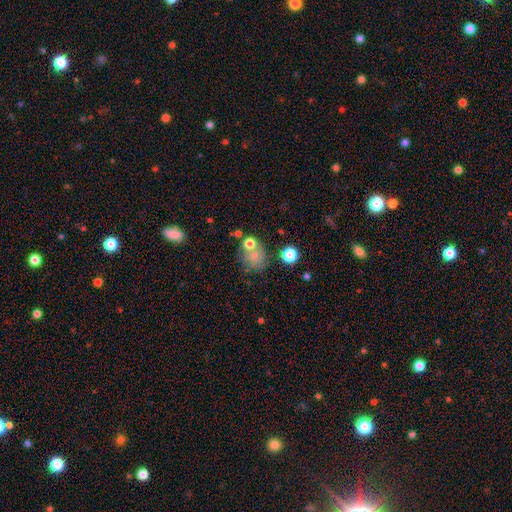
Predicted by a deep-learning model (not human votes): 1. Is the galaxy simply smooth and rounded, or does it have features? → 69% smooth, 15% featured or disk, 15% star or artifact.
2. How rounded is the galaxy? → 78% round, 21% in between, 1% cigar-shaped.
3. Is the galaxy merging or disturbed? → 54% none, 24% merger, 14% minor disturbance, 8% major disturbance.